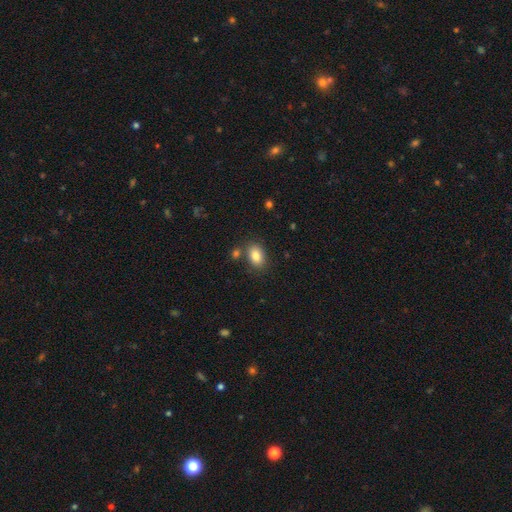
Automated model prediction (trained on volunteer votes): This is clearly a smooth galaxy (84%). How rounded: clearly in between (86%). Merging: likely none (76%).